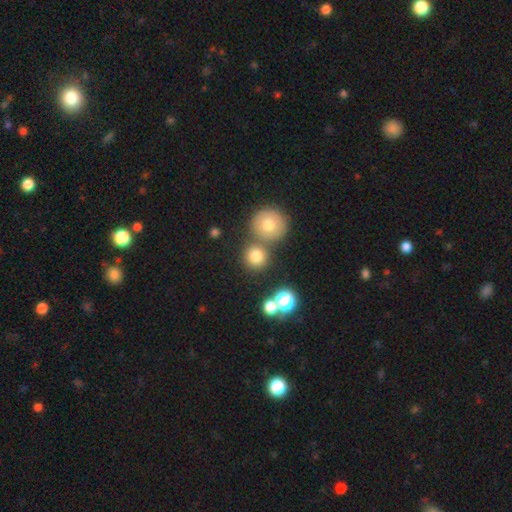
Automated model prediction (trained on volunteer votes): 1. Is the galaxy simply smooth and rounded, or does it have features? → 77% smooth, 14% star or artifact, 9% featured or disk.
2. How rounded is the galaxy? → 91% round, 8% in between, 1% cigar-shaped.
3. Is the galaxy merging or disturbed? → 66% none, 22% merger, 8% minor disturbance, 3% major disturbance.